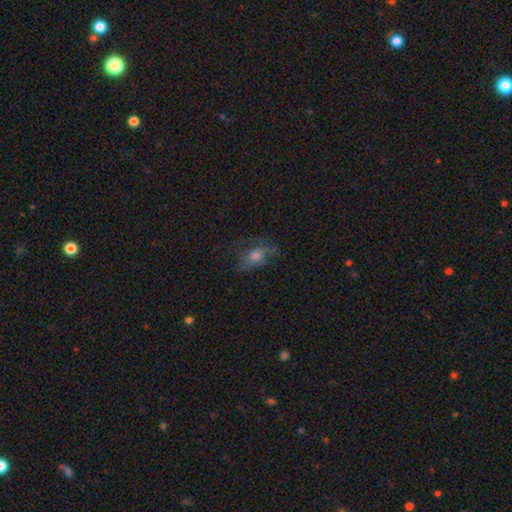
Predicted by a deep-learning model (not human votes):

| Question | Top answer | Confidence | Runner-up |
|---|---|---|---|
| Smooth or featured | smooth | 45% | featured or disk (36%) |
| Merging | none | 54% | minor disturbance (23%) |